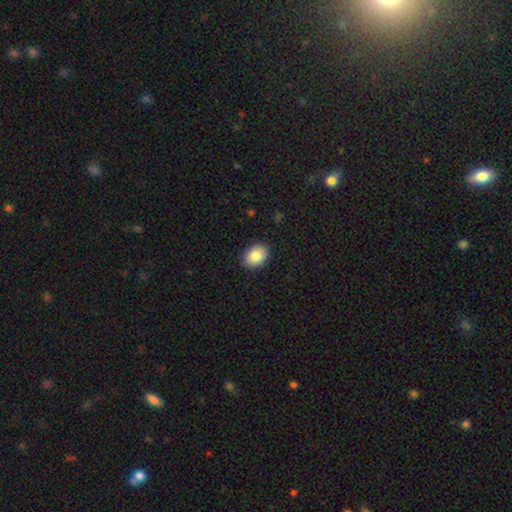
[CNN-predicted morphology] This is clearly a smooth galaxy (86%). How rounded: likely in between (72%). Merging: clearly none (90%).